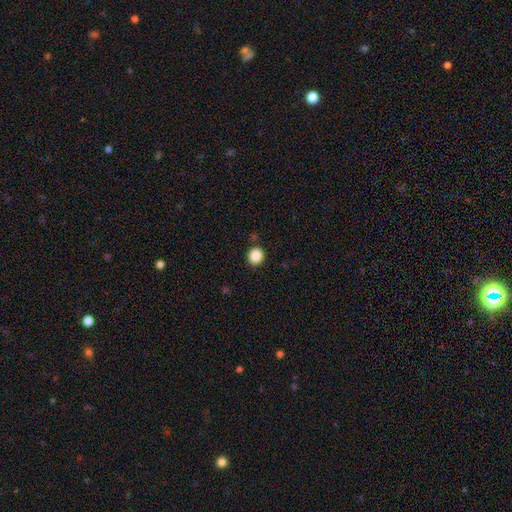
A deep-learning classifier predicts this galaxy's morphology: Smooth or featured?
  - smooth: 87% *
  - star or artifact: 10%
  - featured or disk: 3%
How rounded?
  - round: 87% *
  - in between: 12%
  - cigar-shaped: 1%
Merging?
  - none: 88% *
  - minor disturbance: 8%
  - merger: 3%
  - major disturbance: 2%